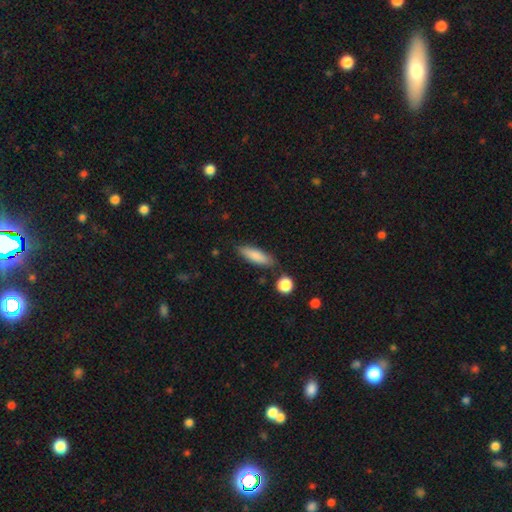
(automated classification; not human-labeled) This appears to be a smooth galaxy with no disk features (84%) that is cigar-shaped (59%). Merging: none (81%).